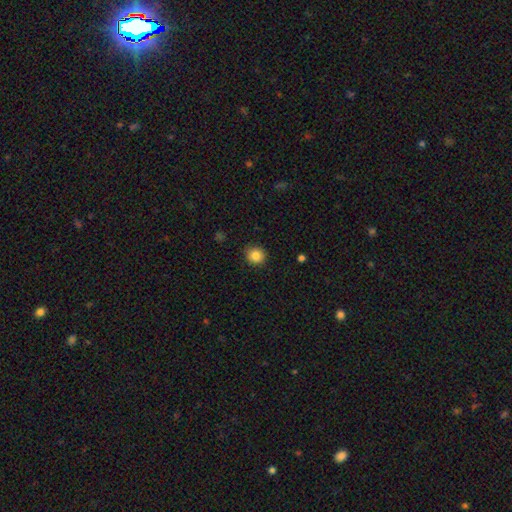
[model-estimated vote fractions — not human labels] This is clearly a smooth galaxy (85%). How rounded: clearly round (91%). Merging: clearly none (90%).